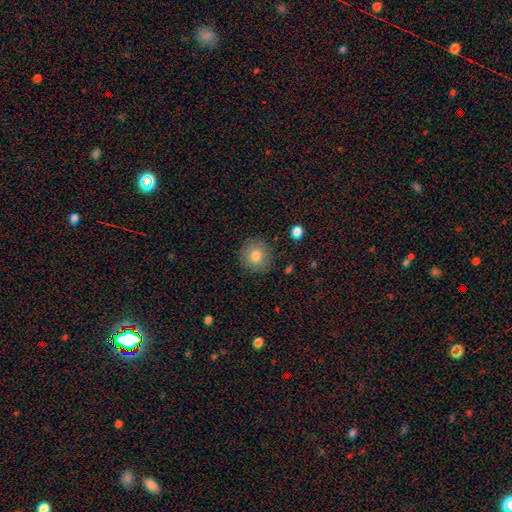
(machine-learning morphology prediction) smooth 81%, featured or disk 10%, star or artifact 9%. Down the decision tree: how rounded — round (91%); merging — none (86%).